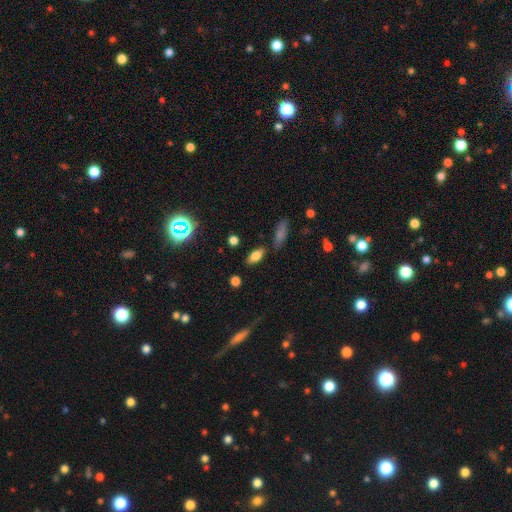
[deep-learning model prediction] The model was most divided on "smooth or featured": smooth: 76%, featured or disk: 13%, star or artifact: 11%. More confident: how rounded — in between (86%); merging — none (79%).